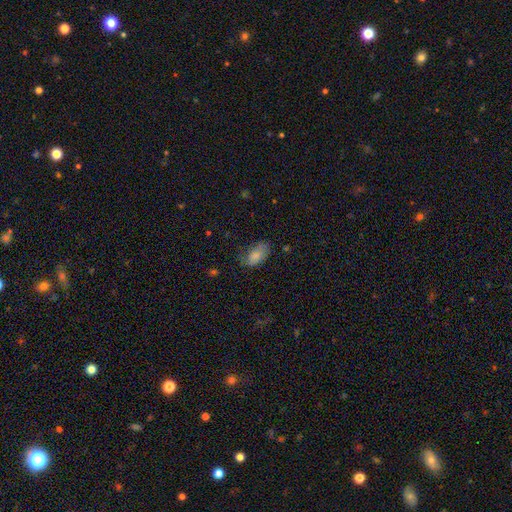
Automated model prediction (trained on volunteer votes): Morphology: type=smooth (83%); roundness=in between (93%); merging=none (61%).